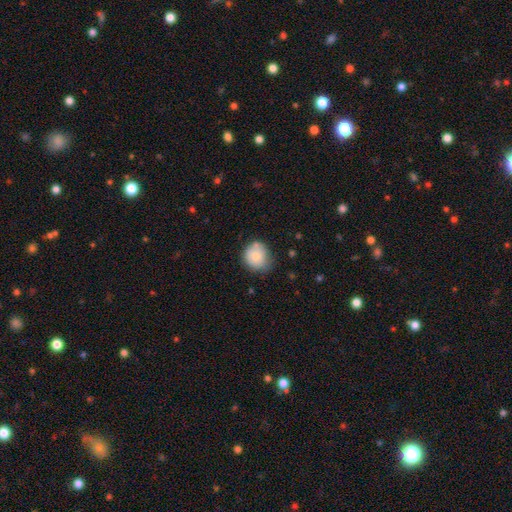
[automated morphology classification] The model was most divided on "merging": none: 63%, minor disturbance: 25%, merger: 7%, major disturbance: 5%. More confident: how rounded — round (80%); smooth or featured — smooth (80%).